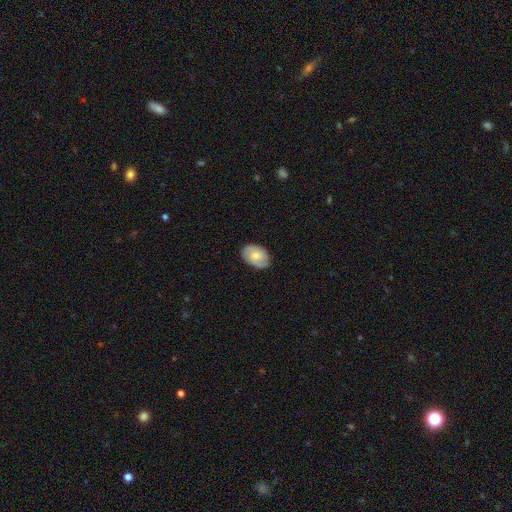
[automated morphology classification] smooth_or_featured: smooth (p=0.50) [alt: featured or disk p=0.43]
how_rounded: in between (p=0.85) [alt: round p=0.14]
merging: none (p=0.80) [alt: minor disturbance p=0.16]